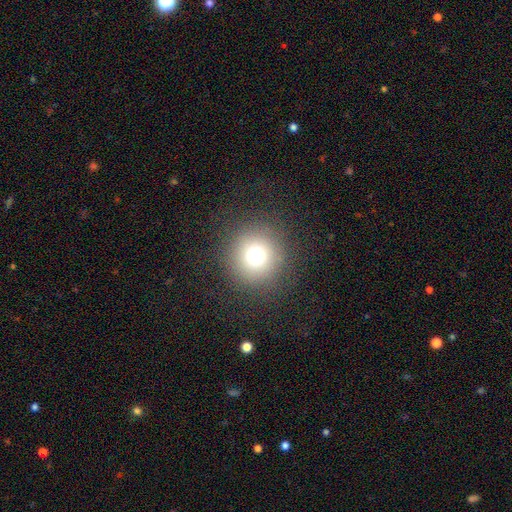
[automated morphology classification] Smooth or featured: smooth — 70% (star or artifact — 21%)
How rounded: round — 95% (in between — 4%)
Merging: none — 88% (minor disturbance — 6%)